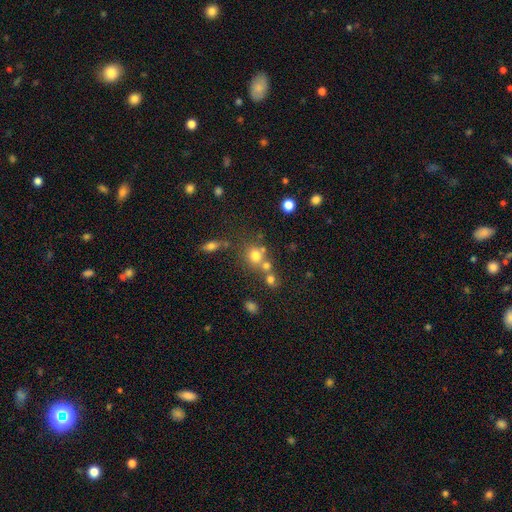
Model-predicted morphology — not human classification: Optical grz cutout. It shows a smooth galaxy with no disk features (71%) that is round (81%). Merging: none (52%).